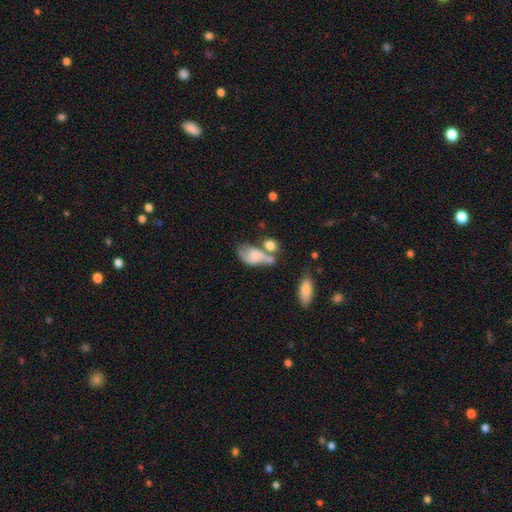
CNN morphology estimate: smooth_or_featured: smooth (p=0.47) [alt: featured or disk p=0.44]
merging: merger (p=0.34) [alt: none p=0.27]